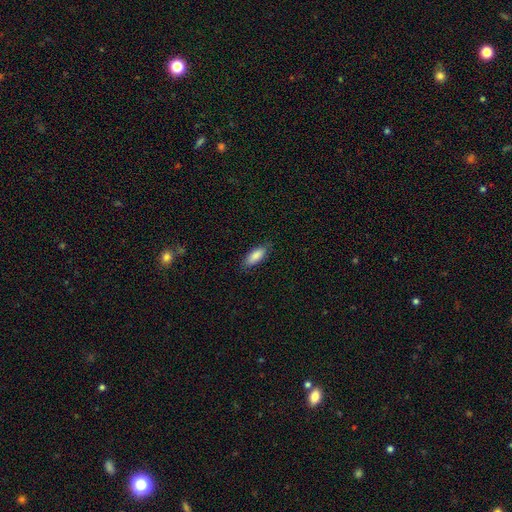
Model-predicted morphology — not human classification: A smooth galaxy with no disk features (86%) that is in between round and cigar-shaped (74%).

Vote fractions:
- Smooth or featured? smooth: 86% / featured or disk: 8% / star or artifact: 6%
- How rounded? in between: 74% / cigar-shaped: 25% / round: 2%
- Merging? none: 81% / minor disturbance: 15% / major disturbance: 3% / merger: 1%